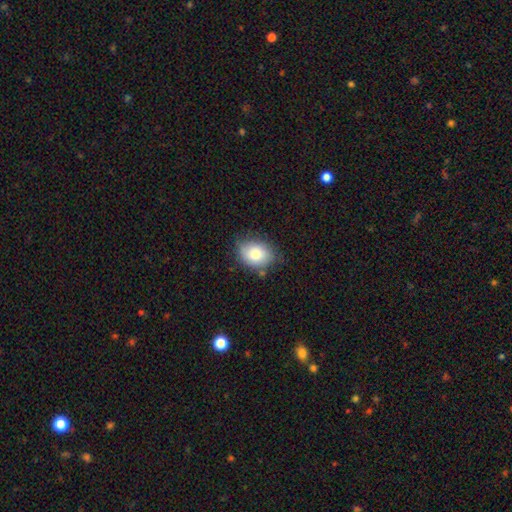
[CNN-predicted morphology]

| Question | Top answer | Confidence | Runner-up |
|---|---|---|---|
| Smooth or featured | smooth | 81% | featured or disk (11%) |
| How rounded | in between | 70% | round (29%) |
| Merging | none | 69% | minor disturbance (24%) |